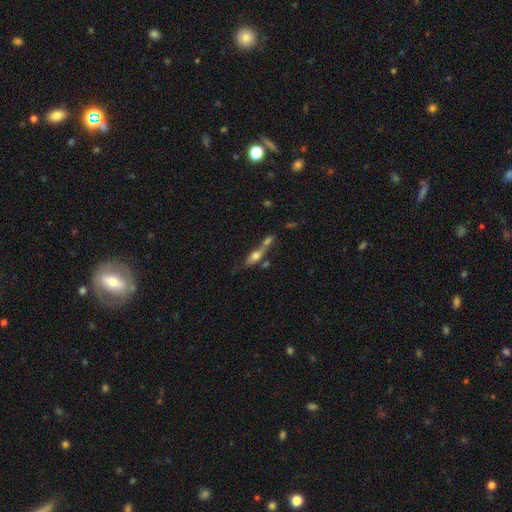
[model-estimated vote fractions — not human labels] A smooth galaxy with no disk features (53%) that is in between round and cigar-shaped (53%). Merging: merger (53%).